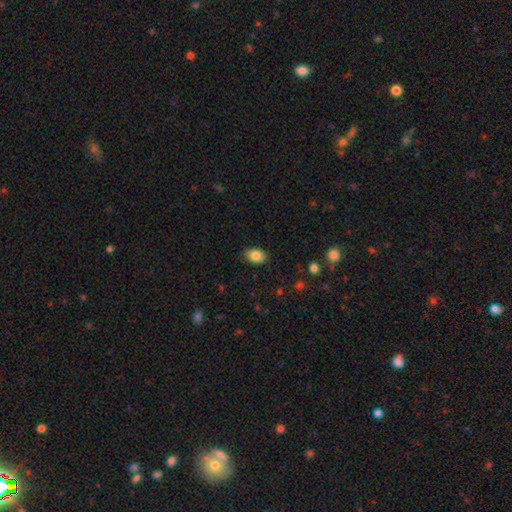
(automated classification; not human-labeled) smooth 85%, star or artifact 8%, featured or disk 7%. Down the decision tree: how rounded — in between (80%); merging — none (86%).